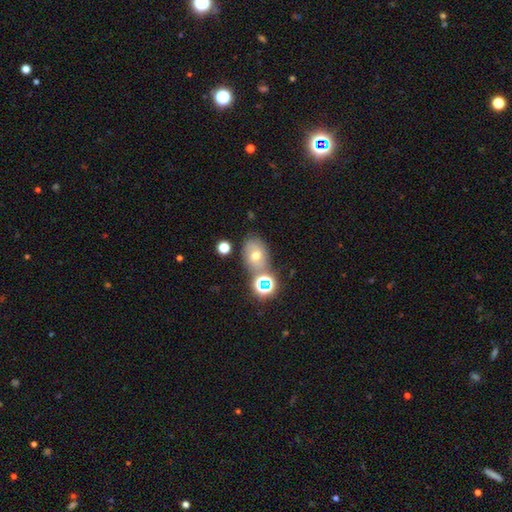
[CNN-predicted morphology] smooth_or_featured: smooth (p=0.57) [alt: featured or disk p=0.21]
how_rounded: in between (p=0.65) [alt: round p=0.33]
merging: none (p=0.62) [alt: merger p=0.17]